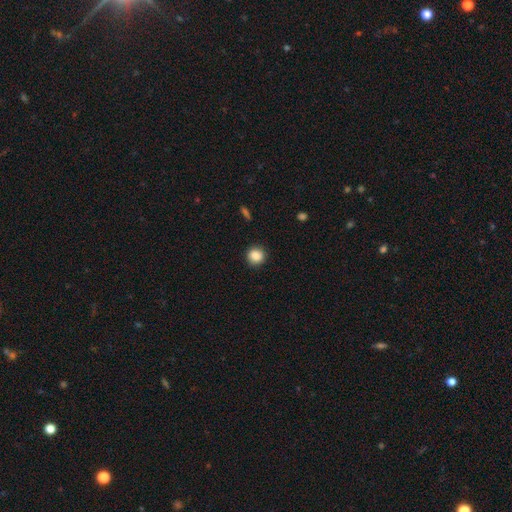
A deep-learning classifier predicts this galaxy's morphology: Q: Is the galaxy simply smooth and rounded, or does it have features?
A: smooth — 87%.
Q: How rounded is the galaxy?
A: round — 89%.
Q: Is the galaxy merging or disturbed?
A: none — 88%.